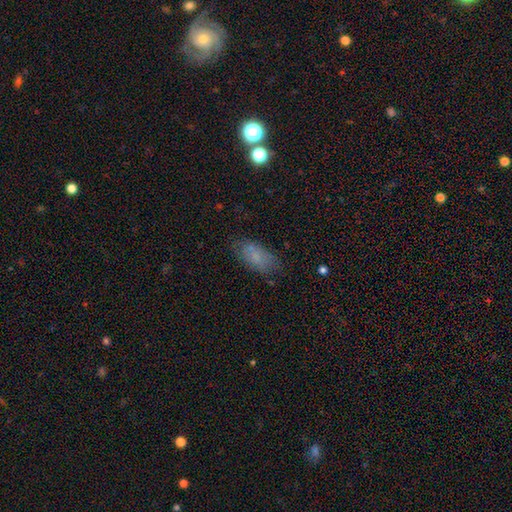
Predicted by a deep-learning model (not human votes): The model was most divided on "smooth or featured": smooth: 71%, featured or disk: 18%, star or artifact: 11%. More confident: how rounded — in between (89%); merging — none (72%).